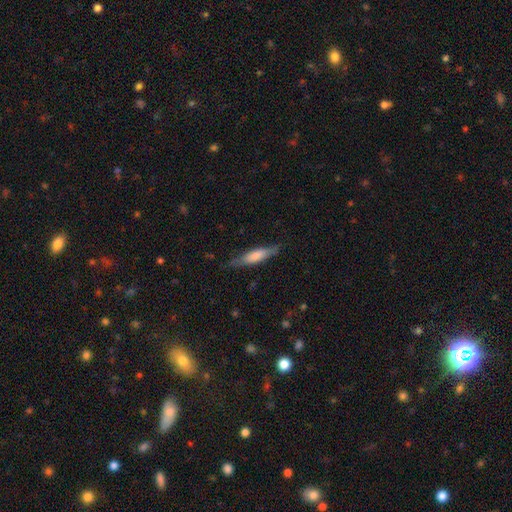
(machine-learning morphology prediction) type=smooth (62%); roundness=cigar-shaped (76%); merging=none (76%).